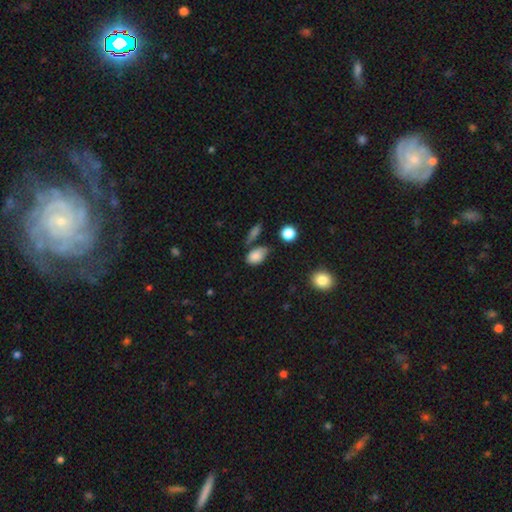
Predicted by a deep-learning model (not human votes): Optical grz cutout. It shows a smooth galaxy with no disk features (83%) that is in between round and cigar-shaped (85%). Merging: none (50%).